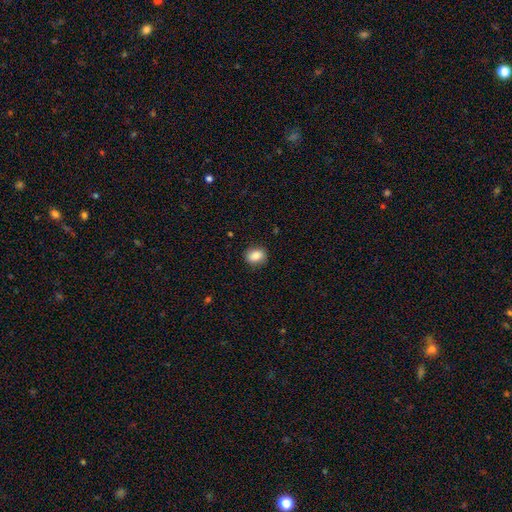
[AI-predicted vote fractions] The model was most divided on "how rounded": in between: 56%, round: 43%, cigar-shaped: 1%. More confident: merging — none (86%); smooth or featured — smooth (86%).